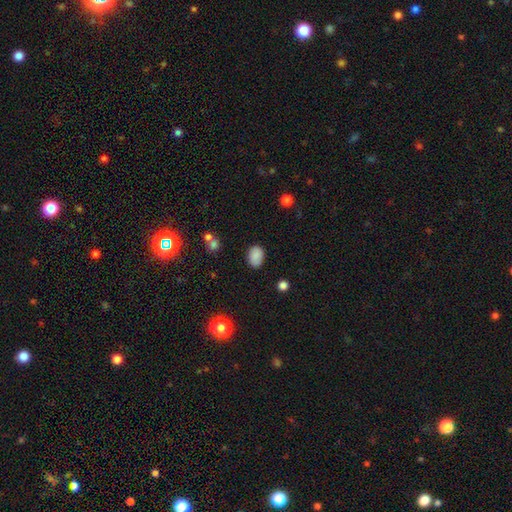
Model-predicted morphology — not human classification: This appears to be a smooth galaxy with no disk features (86%) that is in between round and cigar-shaped (80%). Merging: none (80%).